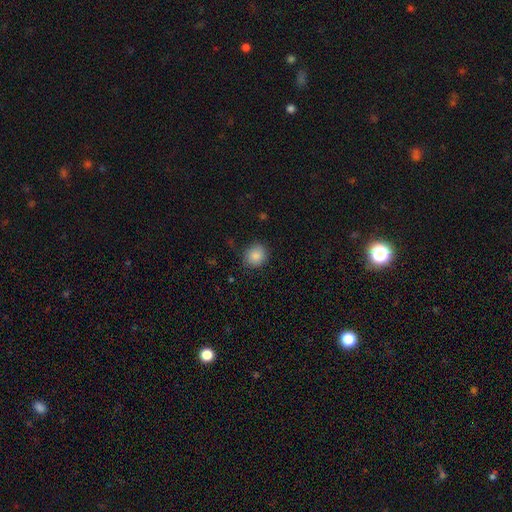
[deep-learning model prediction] Smooth or featured?
  - smooth: 86% *
  - star or artifact: 9%
  - featured or disk: 6%
How rounded?
  - round: 80% *
  - in between: 19%
  - cigar-shaped: 1%
Merging?
  - none: 82% *
  - minor disturbance: 13%
  - major disturbance: 3%
  - merger: 1%